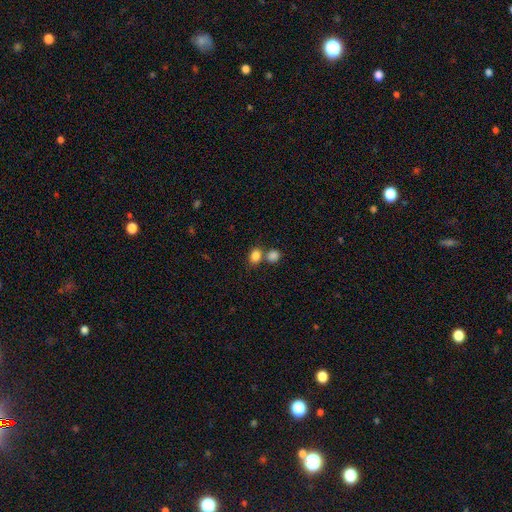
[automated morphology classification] Smooth or featured? Predicted: smooth (p=0.84). How rounded? Predicted: in between (p=0.56). Merging? Predicted: none (p=0.51).